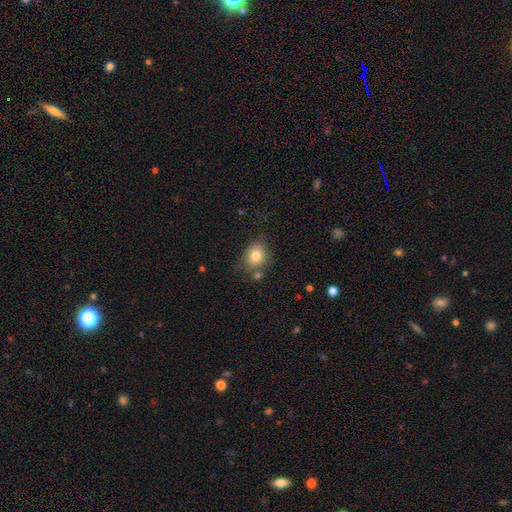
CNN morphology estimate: Smooth or featured: smooth — 81% (star or artifact — 10%)
How rounded: round — 60% (in between — 39%)
Merging: none — 69% (minor disturbance — 18%)